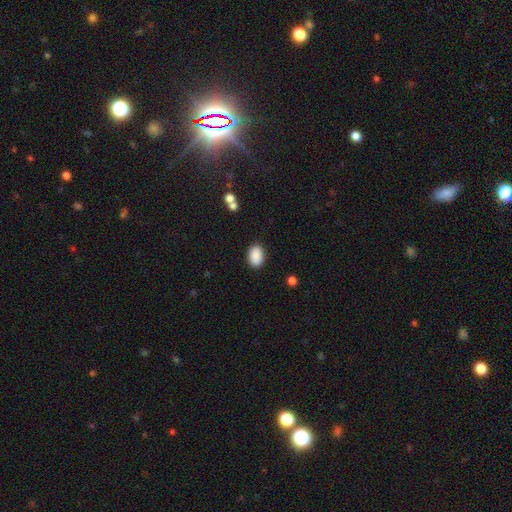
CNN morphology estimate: Smooth or featured? smooth (90%)
How rounded? in between (88%)
Merging? none (88%)